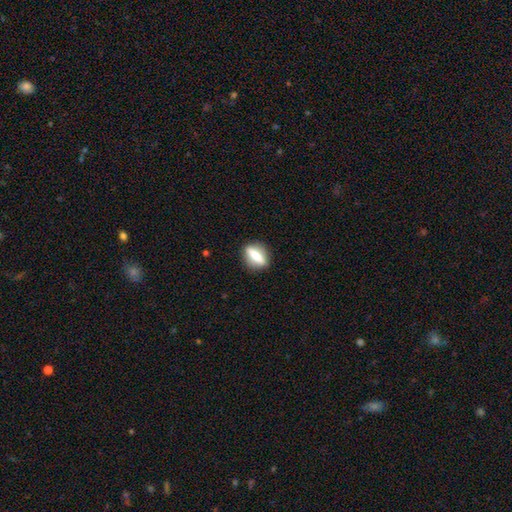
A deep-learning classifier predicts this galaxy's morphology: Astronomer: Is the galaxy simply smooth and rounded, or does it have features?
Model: smooth — 51% (runner-up: featured or disk, 40%).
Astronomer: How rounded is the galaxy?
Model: cigar-shaped — 43%, tied with in between at 43%.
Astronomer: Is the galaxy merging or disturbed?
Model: none — 88%.